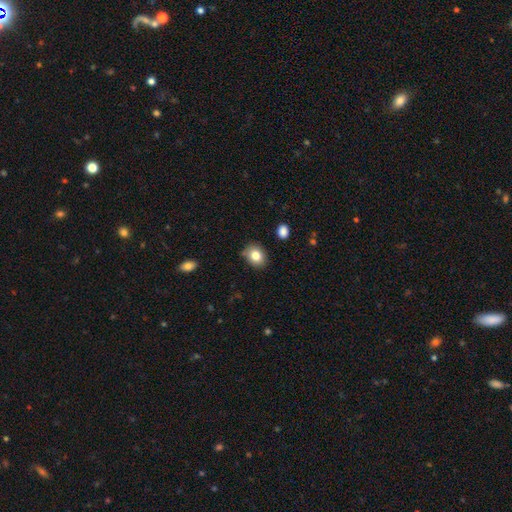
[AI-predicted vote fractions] Smooth or featured? Predicted: smooth (p=0.82). How rounded? Predicted: in between (p=0.51). Merging? Predicted: none (p=0.82).